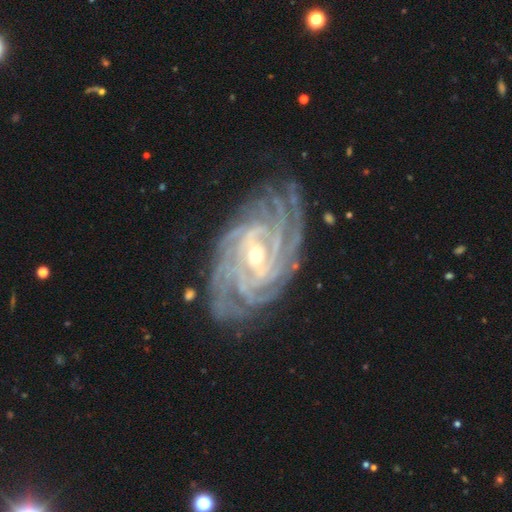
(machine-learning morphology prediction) smooth_or_featured: featured or disk (p=0.92) [alt: star or artifact p=0.05]
disk_edge_on: no (p=0.97) [alt: yes p=0.03]
bar: weak (p=0.44) [alt: strong p=0.35]
has_spiral_arms: yes (p=0.99) [alt: no p=0.01]
spiral_winding: tight (p=0.80) [alt: medium p=0.17]
spiral_arm_count: more than 4 (p=0.29) [alt: 4 p=0.26]
bulge_size: small (p=0.55) [alt: moderate p=0.42]
merging: none (p=0.80) [alt: minor disturbance p=0.14]